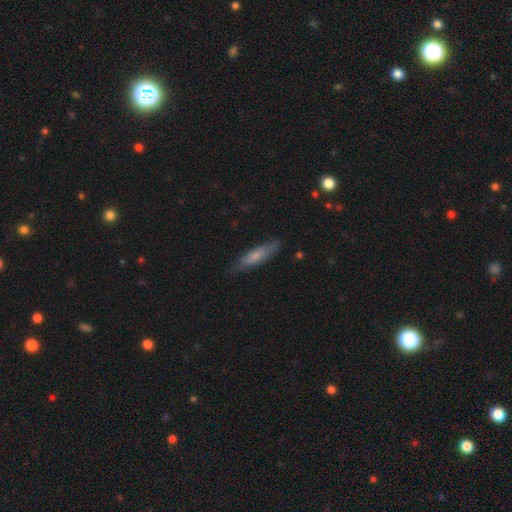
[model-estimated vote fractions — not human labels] smooth 67%, featured or disk 27%, star or artifact 6%. Down the decision tree: how rounded — cigar-shaped (73%); merging — none (75%).